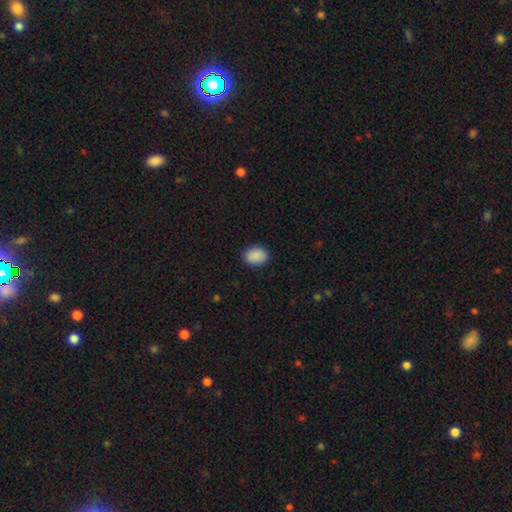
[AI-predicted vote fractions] smooth 90%, star or artifact 7%, featured or disk 3%. Down the decision tree: how rounded — in between (72%); merging — none (89%).